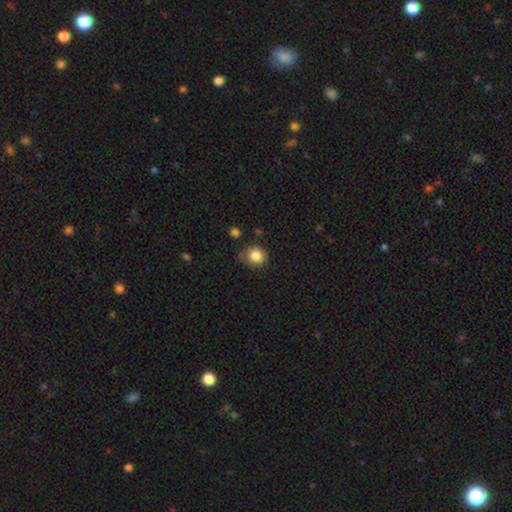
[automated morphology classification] Smooth or featured? Predicted: smooth (p=0.86). How rounded? Predicted: round (p=0.87). Merging? Predicted: none (p=0.68).